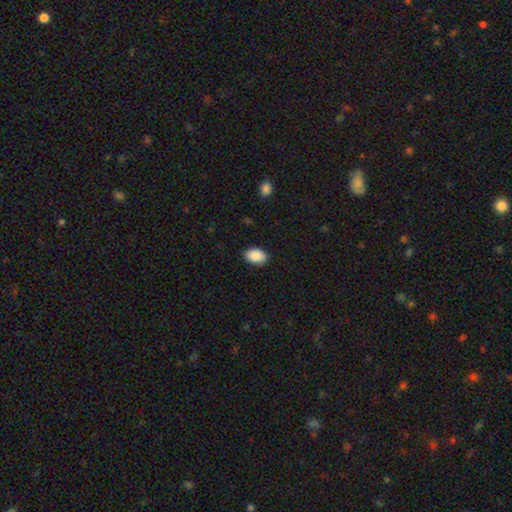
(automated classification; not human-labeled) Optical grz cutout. It shows a smooth galaxy with no disk features (90%) that is in between round and cigar-shaped (88%). Merging: none (87%).